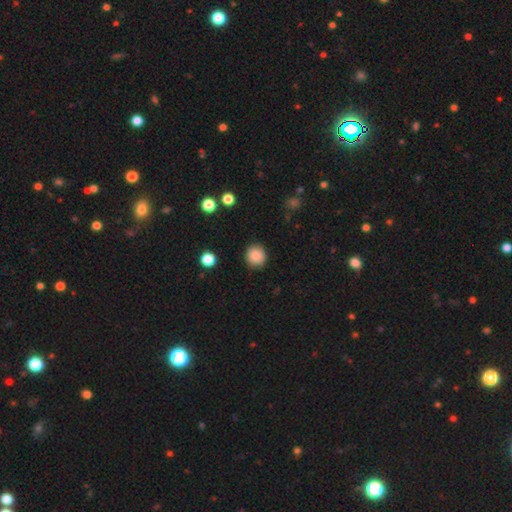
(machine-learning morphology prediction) Smooth or featured? Predicted: smooth (p=0.88). How rounded? Predicted: round (p=0.90). Merging? Predicted: none (p=0.88).